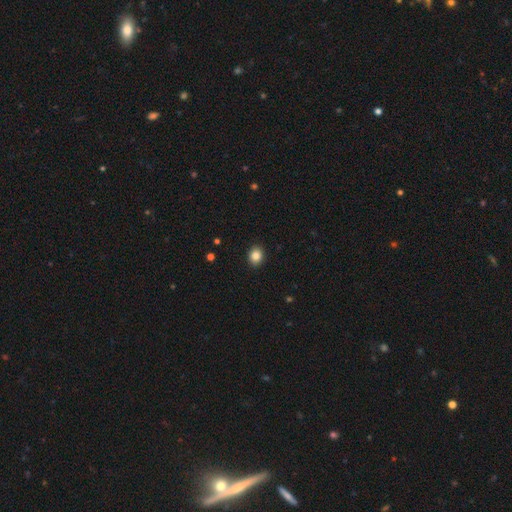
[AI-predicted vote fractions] Morphology: type=smooth (86%); roundness=round (56%); merging=none (91%).